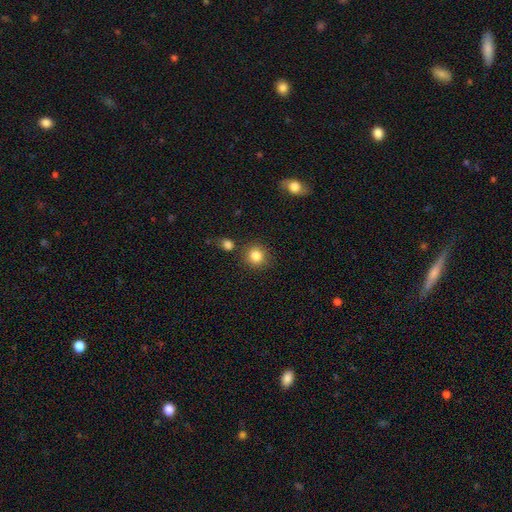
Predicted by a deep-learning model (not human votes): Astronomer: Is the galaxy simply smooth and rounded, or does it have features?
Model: smooth — 84%.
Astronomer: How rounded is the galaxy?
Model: round — 87%.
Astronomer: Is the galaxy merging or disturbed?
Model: none — 82%.